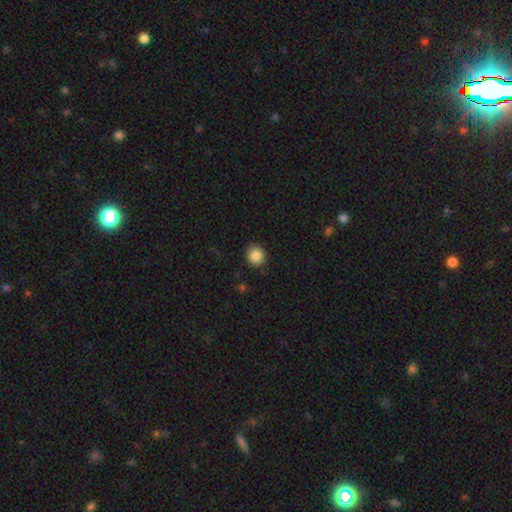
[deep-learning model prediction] Overall: smooth (86%). How rounded: round (87%). Merging: none (90%).